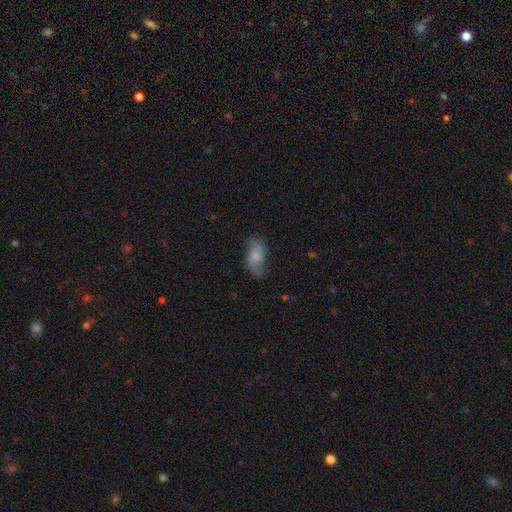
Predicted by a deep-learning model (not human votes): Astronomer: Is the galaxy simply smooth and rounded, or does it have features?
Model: featured or disk — 55% (runner-up: smooth, 36%).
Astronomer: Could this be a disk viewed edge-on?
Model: no — 94%.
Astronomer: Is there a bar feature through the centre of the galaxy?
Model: no — 64%.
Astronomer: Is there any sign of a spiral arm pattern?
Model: yes — 87%.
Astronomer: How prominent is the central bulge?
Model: small — 35% (runner-up: moderate, 29%).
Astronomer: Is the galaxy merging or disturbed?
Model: none — 62%.